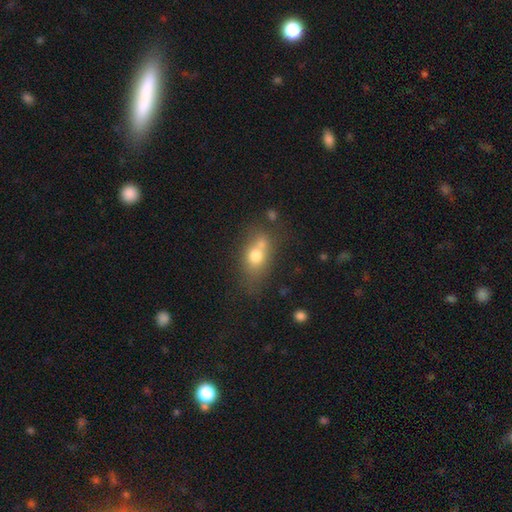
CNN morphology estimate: Smooth or featured?
  - smooth: 69% *
  - featured or disk: 20%
  - star or artifact: 11%
How rounded?
  - in between: 66% *
  - round: 29%
  - cigar-shaped: 5%
Merging?
  - none: 42% *
  - merger: 34%
  - minor disturbance: 16%
  - major disturbance: 7%